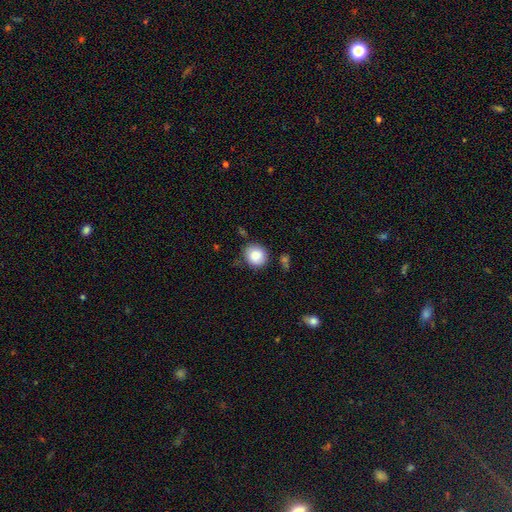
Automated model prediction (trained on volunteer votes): Morphology: type=smooth (86%); roundness=round (82%); merging=none (79%).